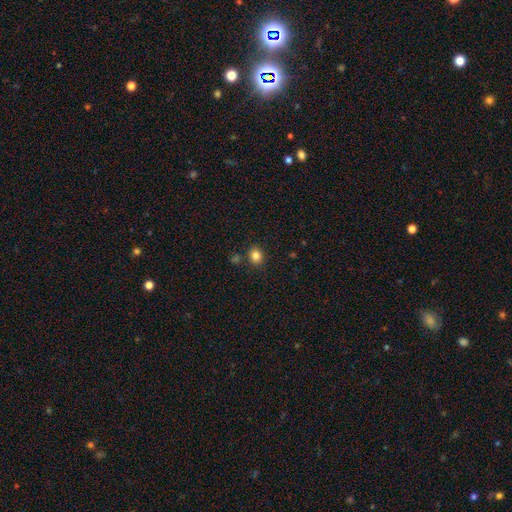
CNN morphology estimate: smooth_or_featured: smooth (p=0.84) [alt: star or artifact p=0.12]
how_rounded: round (p=0.64) [alt: in between p=0.35]
merging: none (p=0.83) [alt: minor disturbance p=0.09]